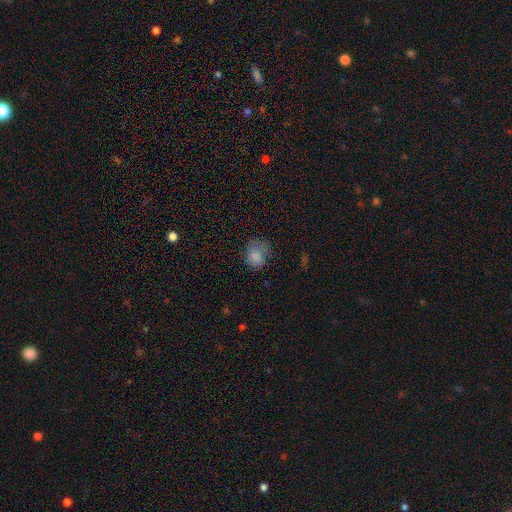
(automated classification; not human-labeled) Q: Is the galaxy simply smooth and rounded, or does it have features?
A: smooth — 79%.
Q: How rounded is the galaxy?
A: round — 59%.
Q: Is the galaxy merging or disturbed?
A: none — 49%.